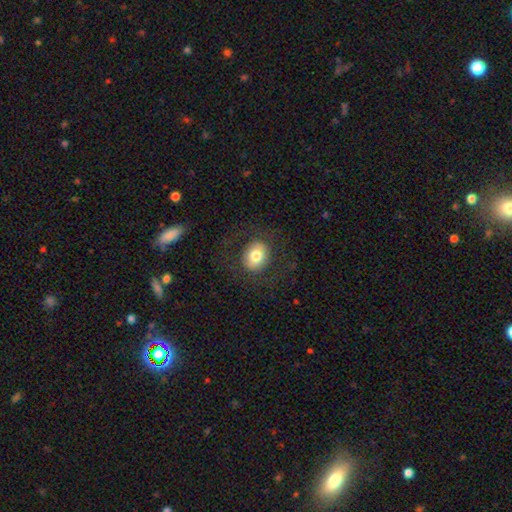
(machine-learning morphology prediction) Overall: smooth (73%). How rounded: round (50%; in between 49%). Merging: none (79%).